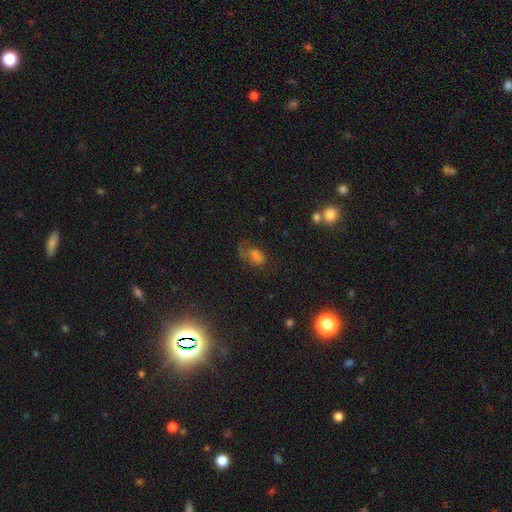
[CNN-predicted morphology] This is possibly a smooth galaxy (47%). Merging: marginally none (43%).